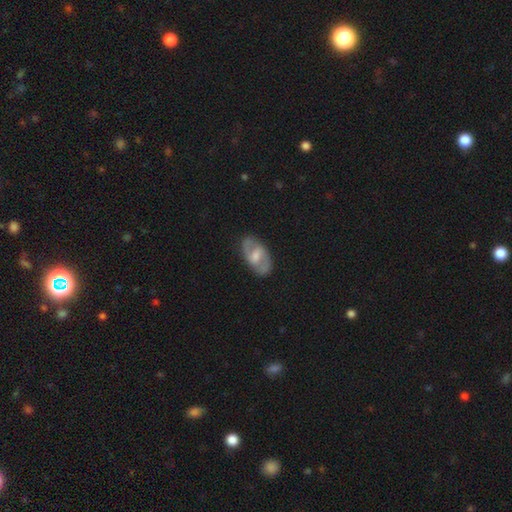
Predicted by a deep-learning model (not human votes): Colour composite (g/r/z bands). It shows a featured or disk galaxy (67%) with a weak bar (53%), spiral arms (77%) and a moderate central bulge (52%). Merging: none (82%).